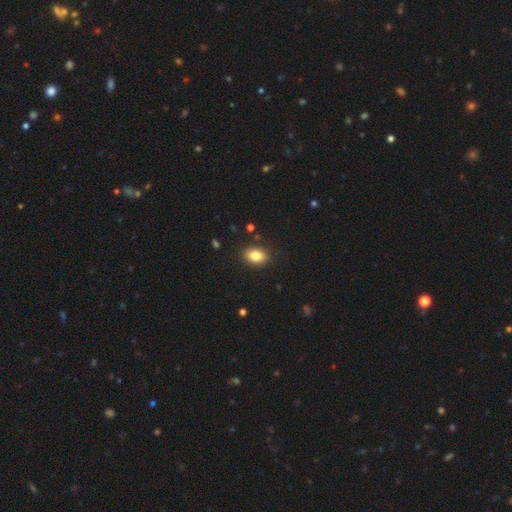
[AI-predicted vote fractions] smooth-or-featured: smooth: 84% | star or artifact: 9% | featured or disk: 7%
  how-rounded: in between: 77% | round: 22% | cigar-shaped: 1%
  merging: none: 87% | minor disturbance: 9% | major disturbance: 2% | merger: 1%